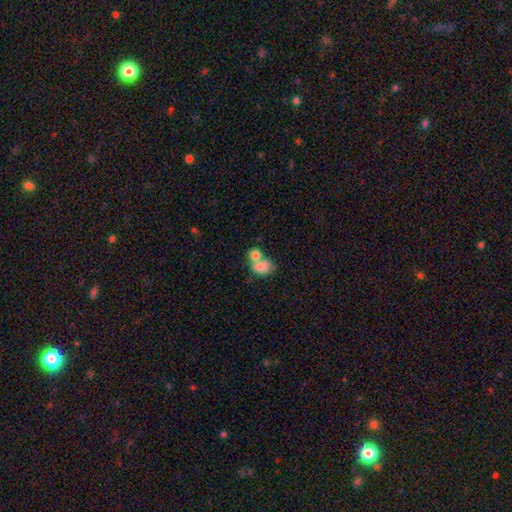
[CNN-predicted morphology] This is likely a smooth galaxy (75%). How rounded: possibly round (51%). Merging: likely merger (67%).